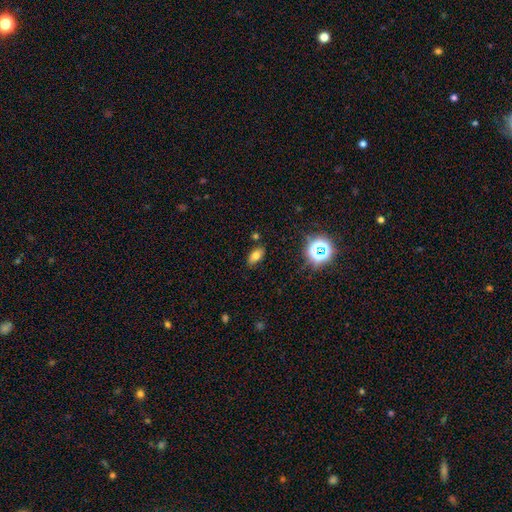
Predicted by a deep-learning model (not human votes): smooth 70%, star or artifact 16%, featured or disk 13%. Down the decision tree: how rounded — in between (87%); merging — none (85%).